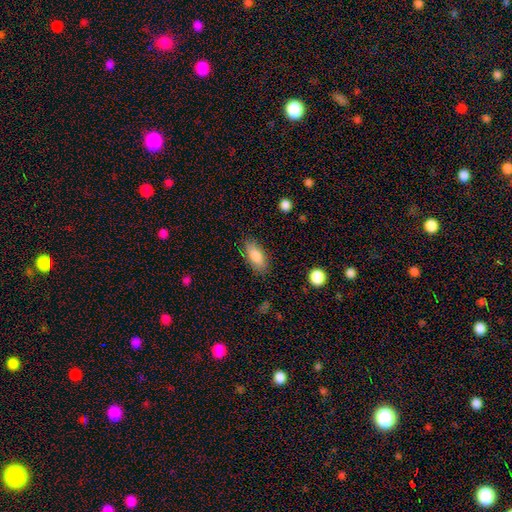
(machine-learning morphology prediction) Smooth or featured? Predicted: smooth (p=0.83). How rounded? Predicted: in between (p=0.82). Merging? Predicted: none (p=0.84).